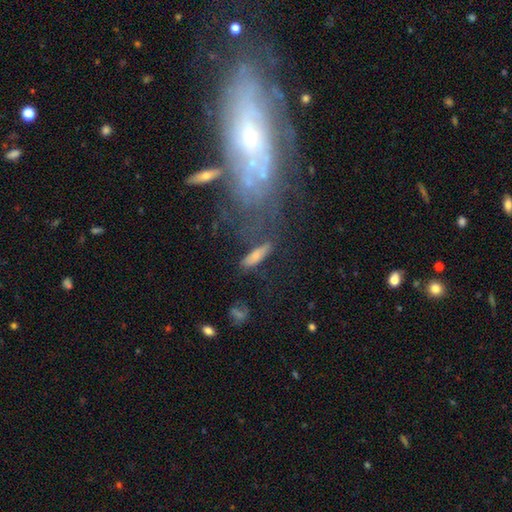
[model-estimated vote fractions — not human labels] A smooth galaxy with no disk features (66%) that is cigar-shaped (59%). Merging: none (69%).